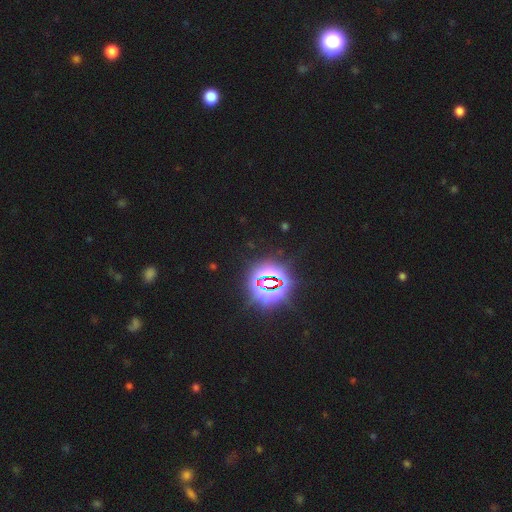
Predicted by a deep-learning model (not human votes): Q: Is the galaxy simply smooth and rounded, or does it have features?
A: star or artifact — 85%.